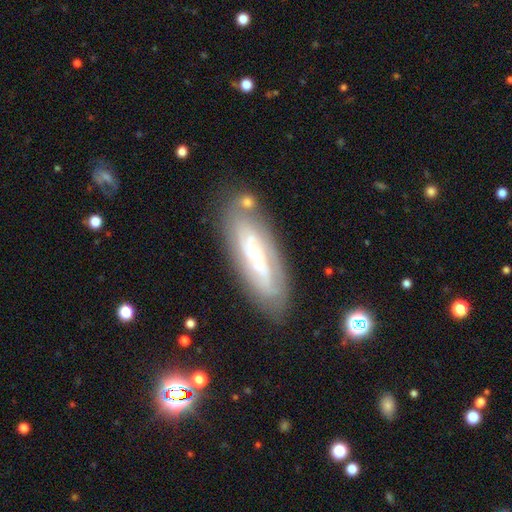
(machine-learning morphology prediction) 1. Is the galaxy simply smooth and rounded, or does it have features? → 72% featured or disk, 21% smooth, 7% star or artifact.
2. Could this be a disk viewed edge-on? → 80% no, 20% yes.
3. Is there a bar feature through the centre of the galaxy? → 55% no, 28% weak, 17% strong.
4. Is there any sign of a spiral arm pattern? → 74% yes, 26% no.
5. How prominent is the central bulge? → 72% small, 24% moderate, 2% large, 2% none, 1% dominant.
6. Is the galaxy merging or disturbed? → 77% none, 14% minor disturbance, 4% major disturbance, 4% merger.